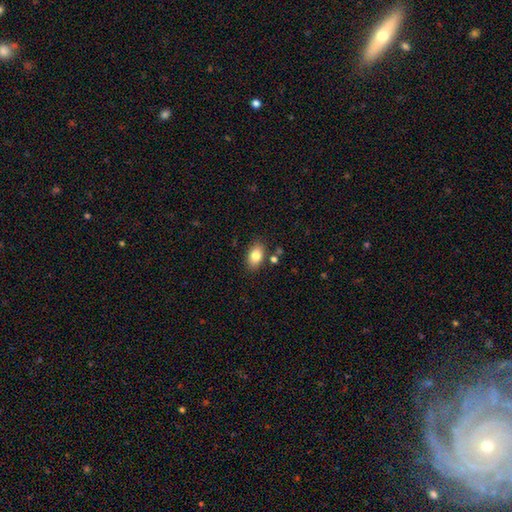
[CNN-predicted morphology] Smooth or featured? smooth (83%)
How rounded? in between (89%)
Merging? none (83%)